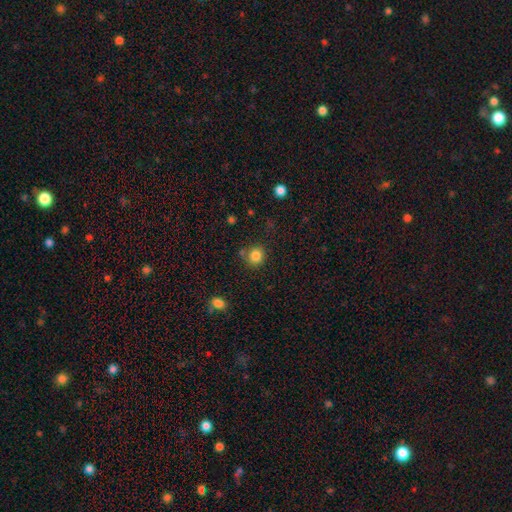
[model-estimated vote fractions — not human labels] Smooth or featured? Predicted: smooth (p=0.84). How rounded? Predicted: round (p=0.88). Merging? Predicted: none (p=0.77).